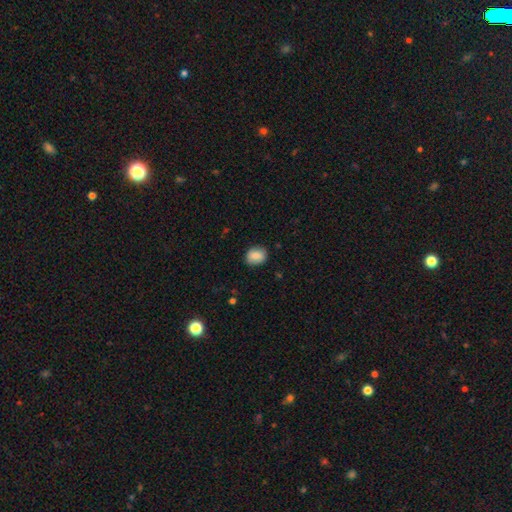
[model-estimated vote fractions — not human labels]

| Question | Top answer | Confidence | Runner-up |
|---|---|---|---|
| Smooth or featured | smooth | 85% | star or artifact (8%) |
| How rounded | in between | 53% | round (46%) |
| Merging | none | 84% | minor disturbance (12%) |